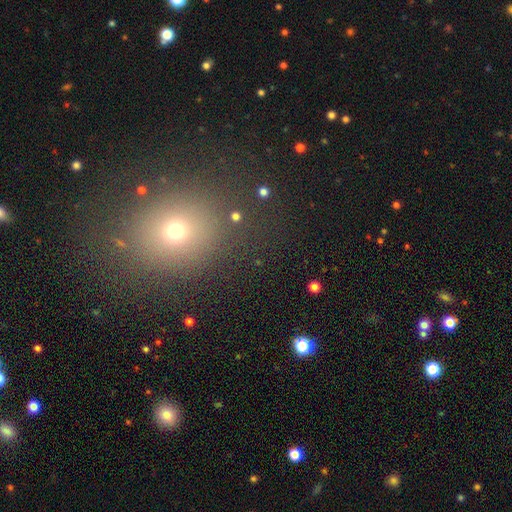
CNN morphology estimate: This is possibly a smooth galaxy (58%). How rounded: likely round (63%). Merging: clearly none (85%).